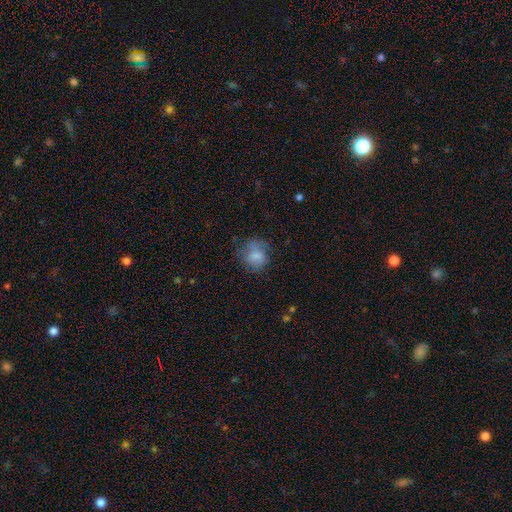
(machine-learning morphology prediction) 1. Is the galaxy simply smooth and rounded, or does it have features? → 67% smooth, 24% featured or disk, 10% star or artifact.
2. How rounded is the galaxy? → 69% round, 30% in between, 1% cigar-shaped.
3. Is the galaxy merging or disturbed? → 51% none, 27% minor disturbance, 20% major disturbance, 2% merger.